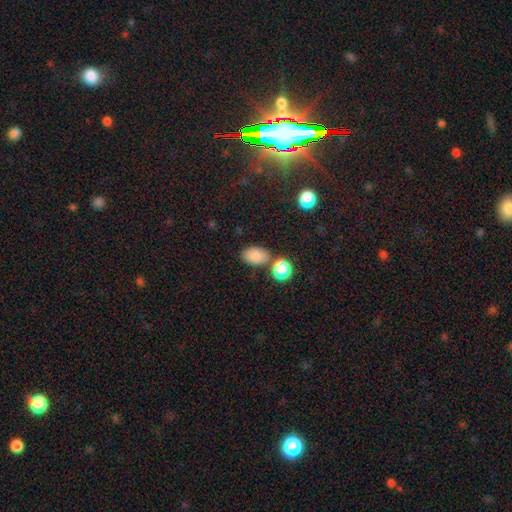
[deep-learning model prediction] Smooth or featured: smooth — 83% (star or artifact — 11%)
How rounded: in between — 87% (round — 11%)
Merging: none — 72% (minor disturbance — 14%)